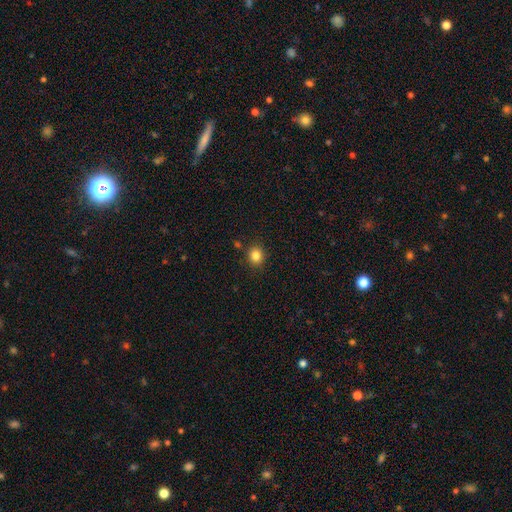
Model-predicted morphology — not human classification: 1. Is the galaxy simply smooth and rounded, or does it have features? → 84% smooth, 12% star or artifact, 5% featured or disk.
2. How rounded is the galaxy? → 81% round, 19% in between, 1% cigar-shaped.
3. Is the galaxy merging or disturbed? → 88% none, 7% minor disturbance, 3% merger, 2% major disturbance.